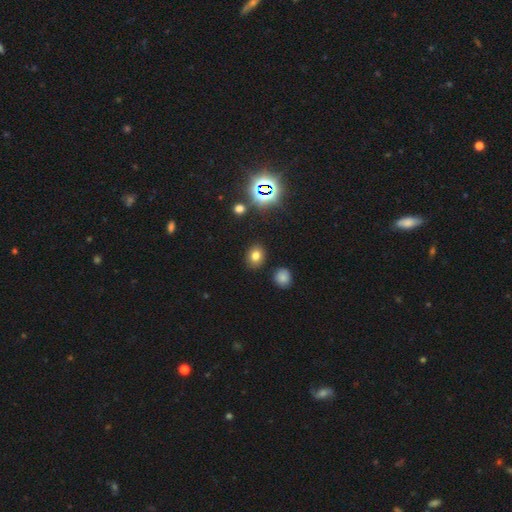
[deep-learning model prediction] The model was most divided on "how rounded": in between: 54%, round: 45%, cigar-shaped: 1%. More confident: merging — none (87%); smooth or featured — smooth (71%).